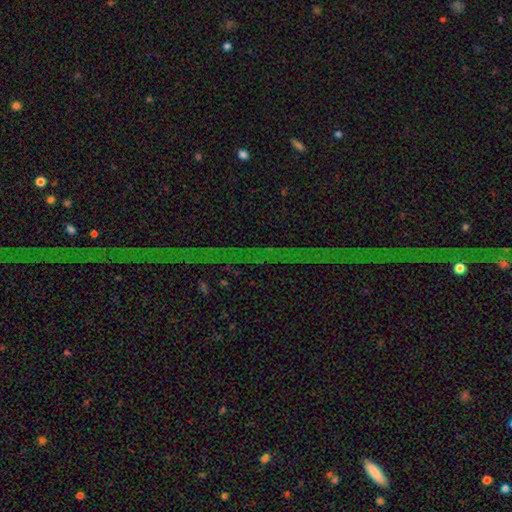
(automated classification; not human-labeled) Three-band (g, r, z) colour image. It shows a star or artifact, not a galaxy (82%).